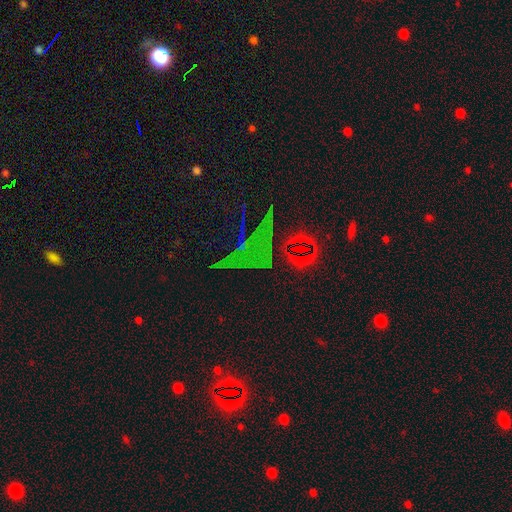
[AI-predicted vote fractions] This appears to be a star or artifact, not a galaxy (77%).